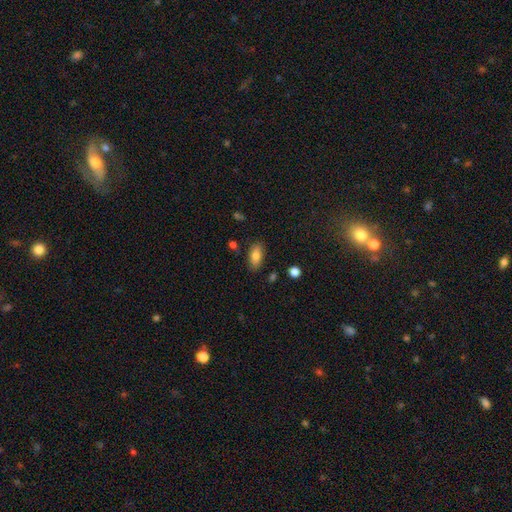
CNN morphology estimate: Smooth or featured? smooth (81%)
How rounded? in between (88%)
Merging? none (84%)